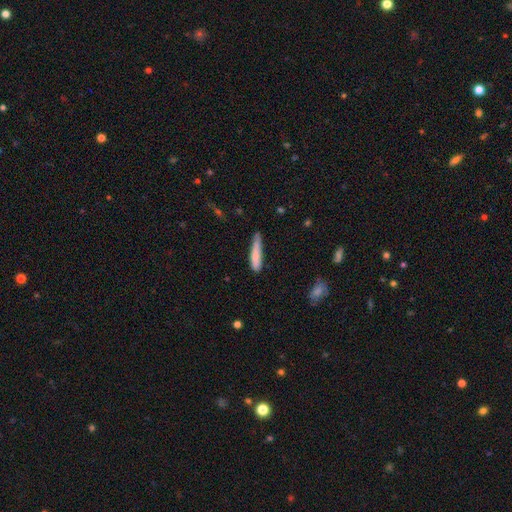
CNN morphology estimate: This appears to be a smooth galaxy with no disk features (78%) that is cigar-shaped (86%). Merging: none (54%).